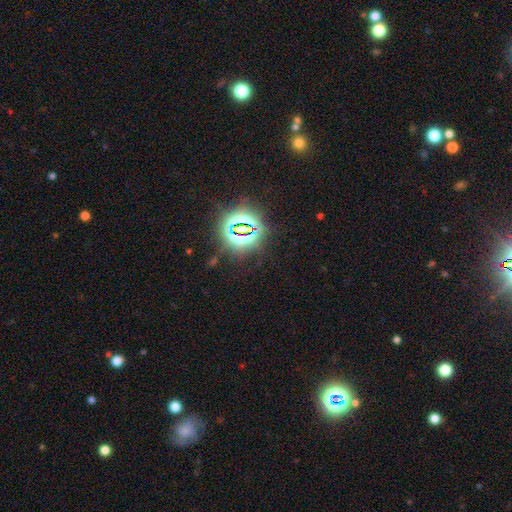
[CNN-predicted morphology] smooth_or_featured: star or artifact (p=0.80) [alt: smooth p=0.12]